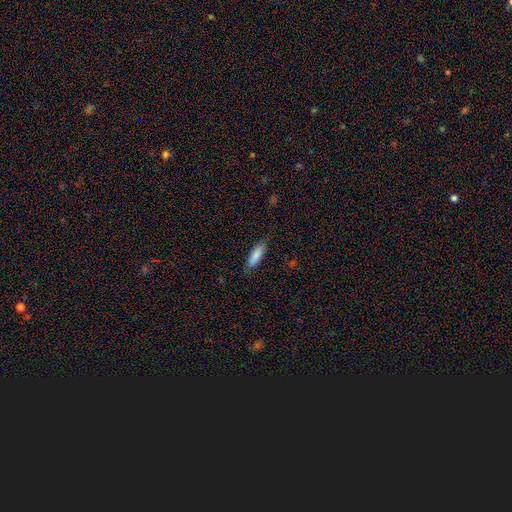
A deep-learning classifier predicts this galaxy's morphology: This is clearly a smooth galaxy (87%). How rounded: possibly in between (52%). Merging: clearly none (82%).